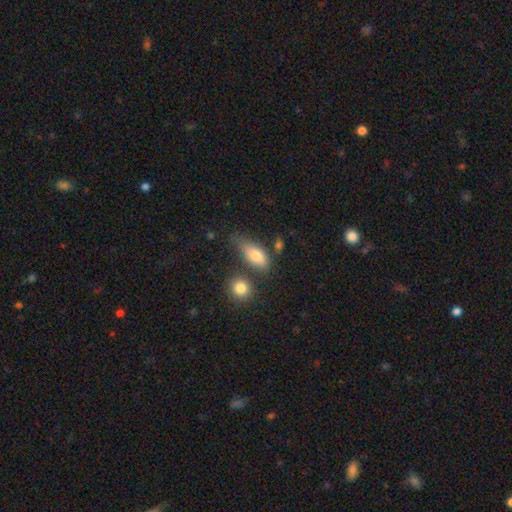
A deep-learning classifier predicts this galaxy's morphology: The model was most divided on "merging": none: 48%, minor disturbance: 28%, merger: 13%, major disturbance: 11%. More confident: how rounded — in between (82%); smooth or featured — smooth (78%).